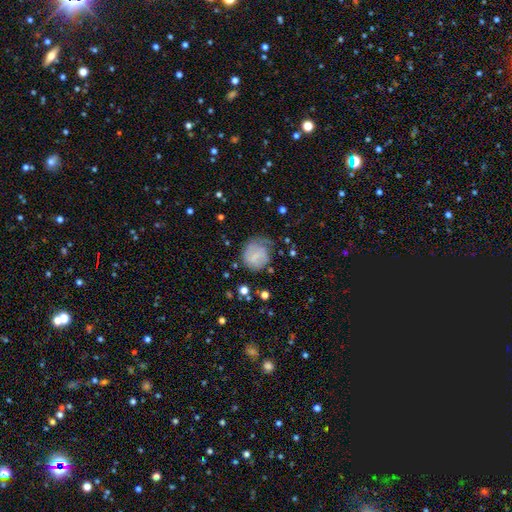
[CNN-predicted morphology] Q: Smooth or featured?
A: smooth (61%); runner-up: featured or disk (30%)
Q: How rounded?
A: round (73%); runner-up: in between (26%)
Q: Merging?
A: none (43%); runner-up: minor disturbance (31%)